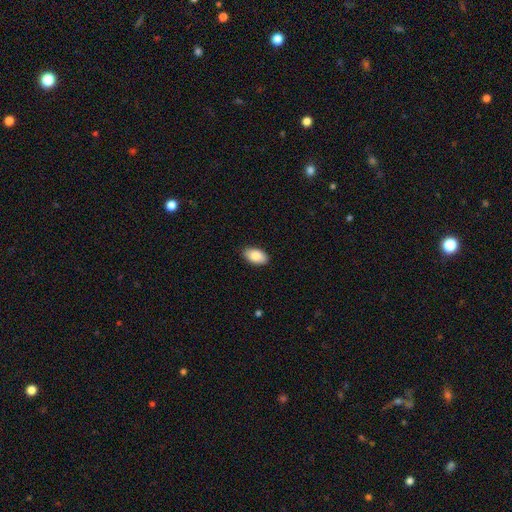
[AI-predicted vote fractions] This is clearly a smooth galaxy (87%). How rounded: clearly in between (94%). Merging: clearly none (88%).